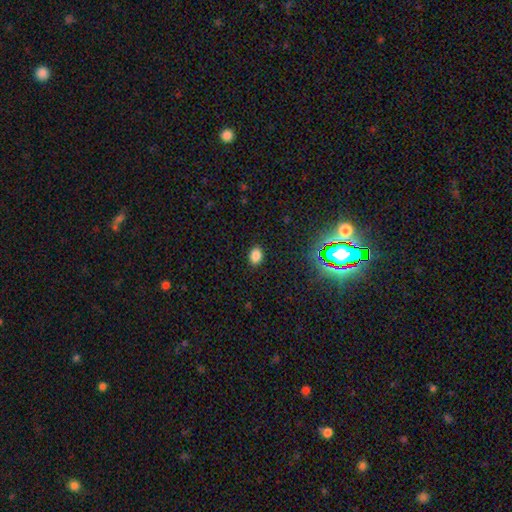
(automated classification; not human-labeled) Q: Smooth or featured?
A: smooth (83%); runner-up: star or artifact (13%)
Q: How rounded?
A: in between (67%); runner-up: round (32%)
Q: Merging?
A: none (89%); runner-up: minor disturbance (8%)